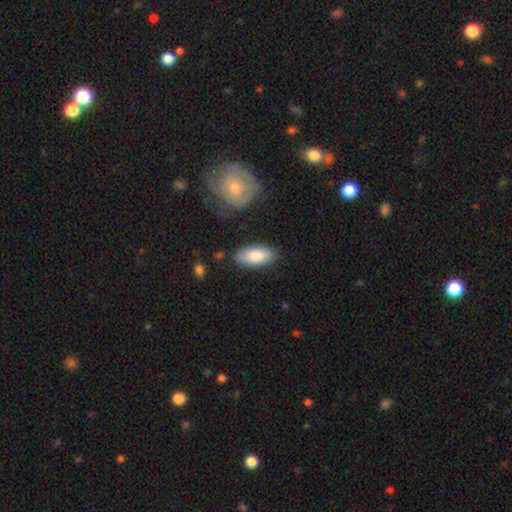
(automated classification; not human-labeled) This appears to be a smooth galaxy with no disk features (83%) that is in between round and cigar-shaped (85%). Merging: none (82%).